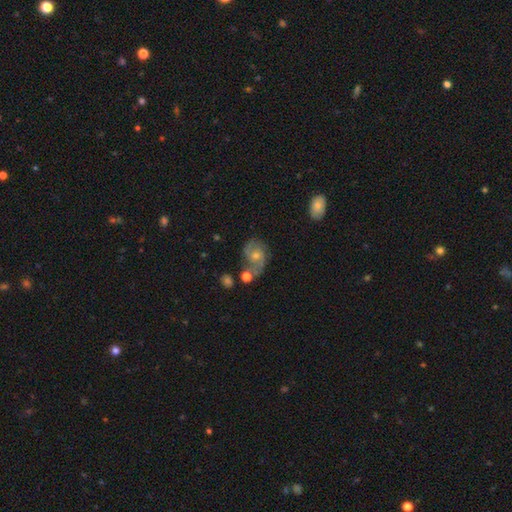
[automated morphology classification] The model was most divided on "bulge size": small: 48%, moderate: 47%, none: 2%, large: 2%, dominant: 1%. Remaining: edge-on disk — no (97%); spiral arms — yes (89%); smooth or featured — featured or disk (72%); spiral arm count — 2 (70%); bar — no (65%); merging — none (55%); spiral winding — medium (49%).